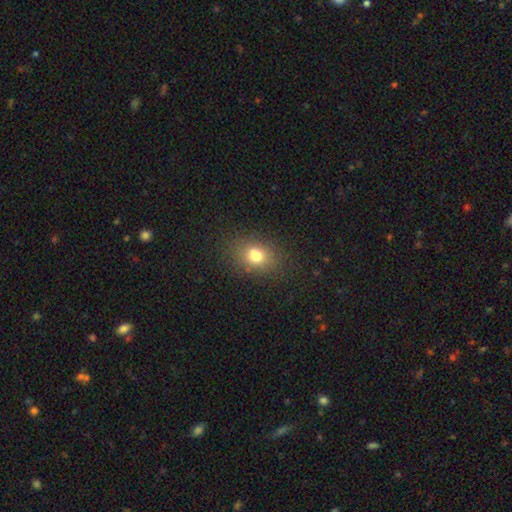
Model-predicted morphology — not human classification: The model was most divided on "how rounded": in between: 57%, round: 41%, cigar-shaped: 1%. More confident: merging — none (82%); smooth or featured — smooth (76%).